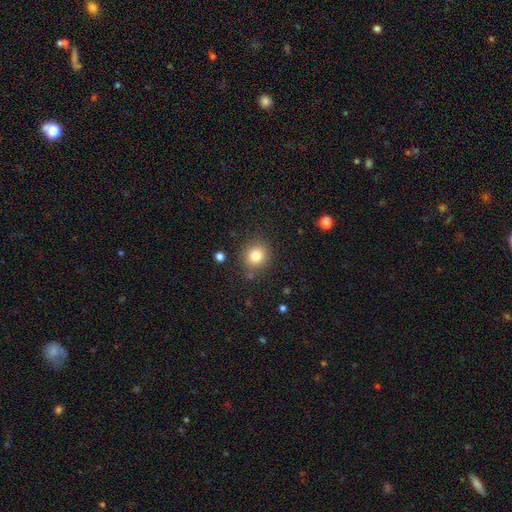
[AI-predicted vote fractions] smooth_or_featured: smooth (p=0.81) [alt: star or artifact p=0.12]
how_rounded: round (p=0.85) [alt: in between p=0.14]
merging: none (p=0.84) [alt: minor disturbance p=0.09]